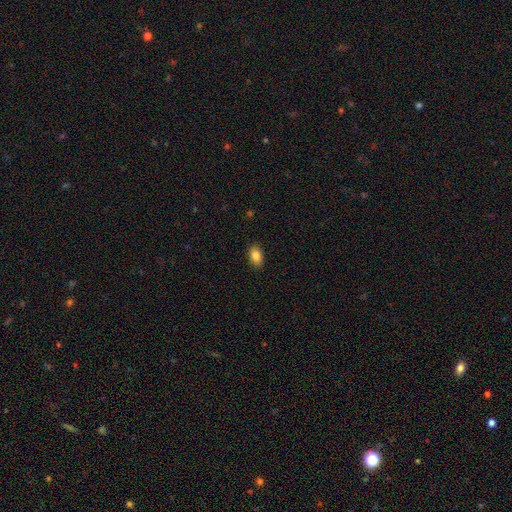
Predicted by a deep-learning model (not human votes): Smooth or featured? smooth (86%)
How rounded? in between (90%)
Merging? none (89%)